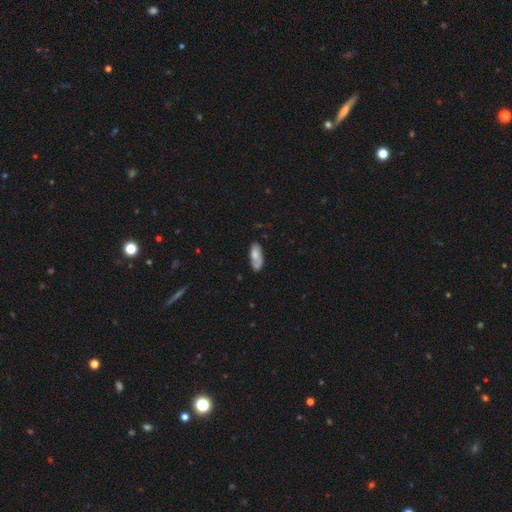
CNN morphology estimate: A smooth galaxy with no disk features (71%) that is in between round and cigar-shaped (81%).

Vote fractions:
- Smooth or featured? smooth: 71% / featured or disk: 23% / star or artifact: 7%
- How rounded? in between: 81% / cigar-shaped: 17% / round: 2%
- Merging? none: 63% / minor disturbance: 25% / major disturbance: 8% / merger: 5%